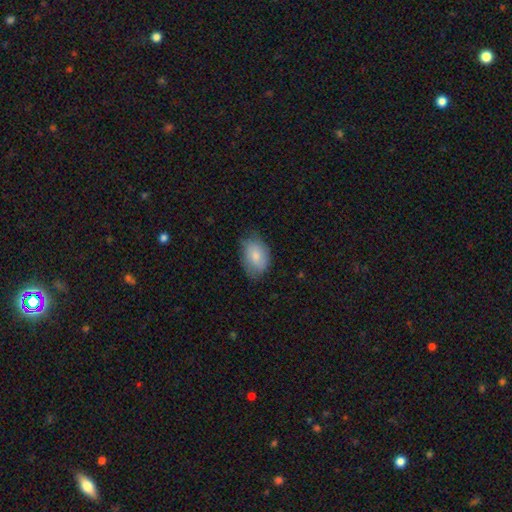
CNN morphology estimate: Smooth or featured? smooth (78%)
How rounded? in between (86%)
Merging? none (64%)